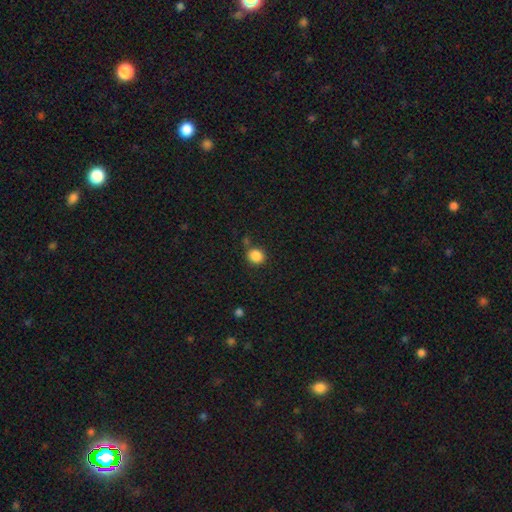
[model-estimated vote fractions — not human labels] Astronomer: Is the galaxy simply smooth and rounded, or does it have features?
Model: smooth — 86%.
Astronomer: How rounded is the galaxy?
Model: round — 80%.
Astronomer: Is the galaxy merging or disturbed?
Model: none — 77%.